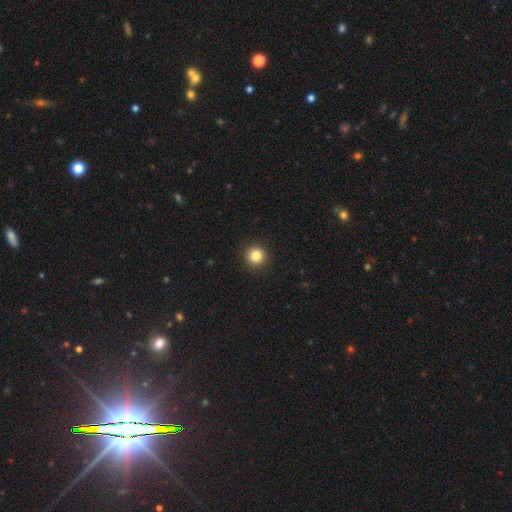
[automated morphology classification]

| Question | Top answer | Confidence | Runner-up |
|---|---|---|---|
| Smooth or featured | smooth | 84% | star or artifact (11%) |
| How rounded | round | 94% | in between (5%) |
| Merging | none | 93% | minor disturbance (5%) |